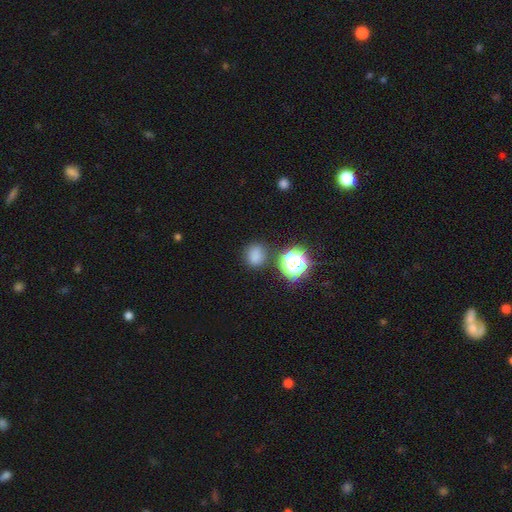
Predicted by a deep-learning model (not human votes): A smooth galaxy with no disk features (75%) that is round (70%). Merging: none (78%).